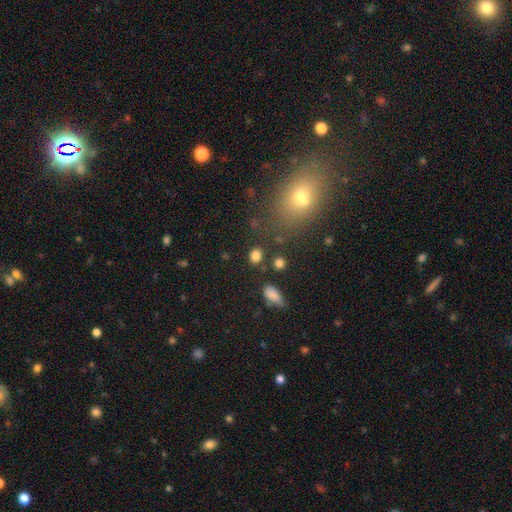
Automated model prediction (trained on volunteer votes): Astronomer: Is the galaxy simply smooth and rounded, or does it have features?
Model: smooth — 82%.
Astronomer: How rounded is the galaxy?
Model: in between — 49%, tied with round at 49%.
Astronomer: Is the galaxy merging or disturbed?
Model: none — 79%.